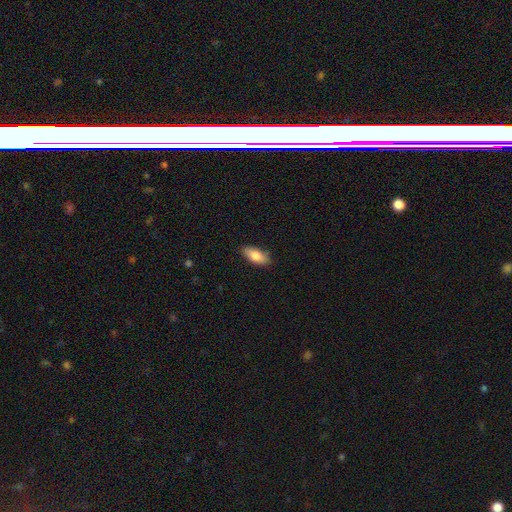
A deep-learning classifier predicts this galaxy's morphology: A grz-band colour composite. It shows a smooth galaxy with no disk features (82%) that is in between round and cigar-shaped (84%). Merging: none (86%).